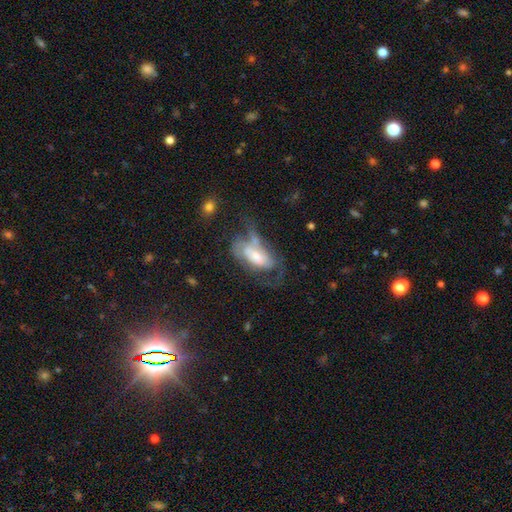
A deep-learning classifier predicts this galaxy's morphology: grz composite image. It shows a featured or disk galaxy (63%) with no bar (54%), spiral arms (76%) and a moderate central bulge (39%). Merging: major disturbance (37%).